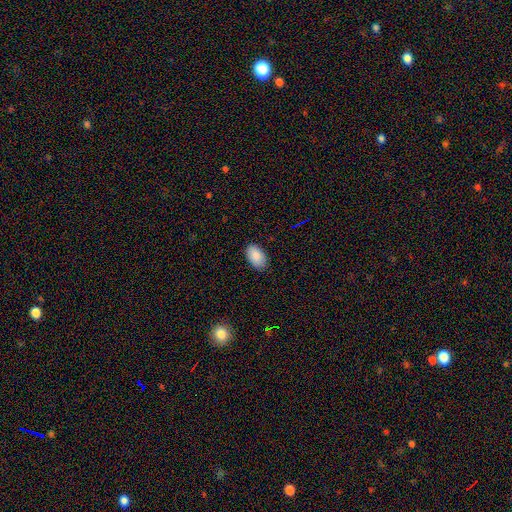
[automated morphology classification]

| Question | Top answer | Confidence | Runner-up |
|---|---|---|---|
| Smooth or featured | smooth | 88% | star or artifact (7%) |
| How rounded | in between | 93% | round (5%) |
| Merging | none | 84% | minor disturbance (13%) |